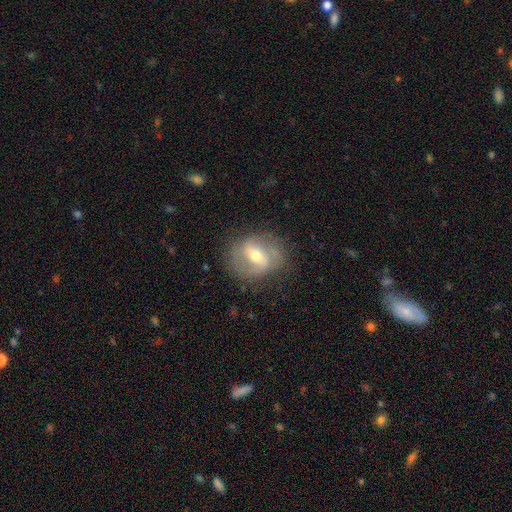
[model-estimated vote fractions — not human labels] Overall: featured or disk (72%). Edge-on disk: no (95%). Bar: weak (43%; strong 38%). Spiral arms: yes (79%). Spiral arm count: 2 (77%). Spiral winding: medium (46%; loose 30%). Bulge size: moderate (62%; small 32%). Merging: none (69%).